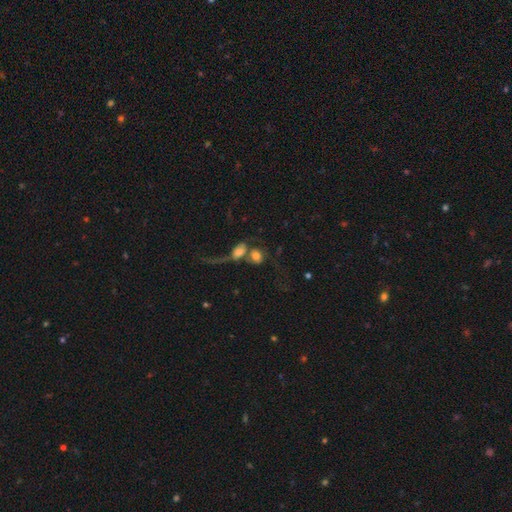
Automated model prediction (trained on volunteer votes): Overall: smooth (59%; featured or disk 30%). How rounded: round (55%; in between 43%). Merging: merger (67%).